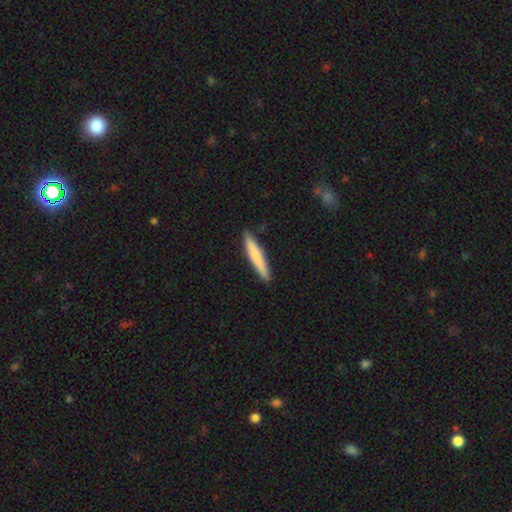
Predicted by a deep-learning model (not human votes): A smooth galaxy with no disk features (74%) that is cigar-shaped (94%). Merging: none (91%).